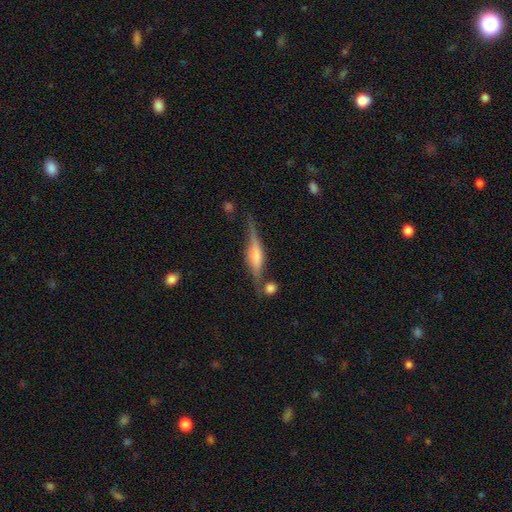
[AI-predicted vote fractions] Smooth or featured? Predicted: featured or disk (p=0.71). Edge-on disk? Predicted: yes (p=0.95). Edge-on bulge? Predicted: rounded (p=0.57). Merging? Predicted: none (p=0.69).